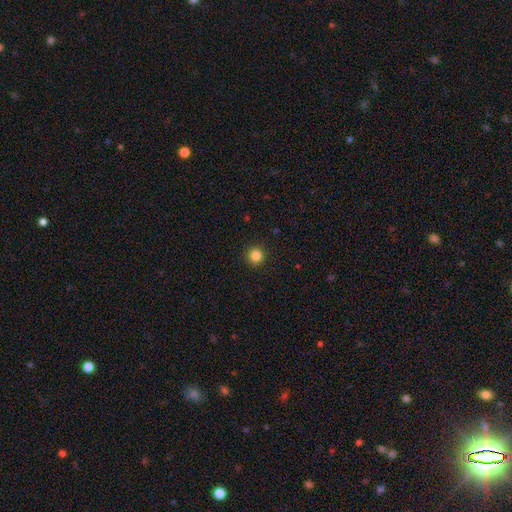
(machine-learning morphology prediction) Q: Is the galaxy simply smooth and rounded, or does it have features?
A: smooth — 84%.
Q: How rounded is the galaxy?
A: round — 95%.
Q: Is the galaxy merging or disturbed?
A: none — 93%.